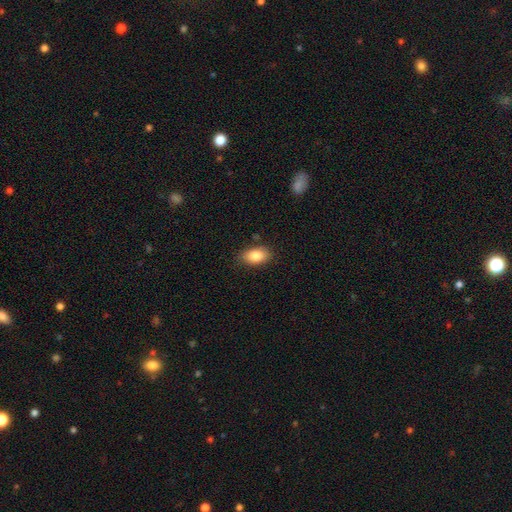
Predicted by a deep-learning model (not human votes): Overall: smooth (85%). How rounded: in between (90%). Merging: none (83%).